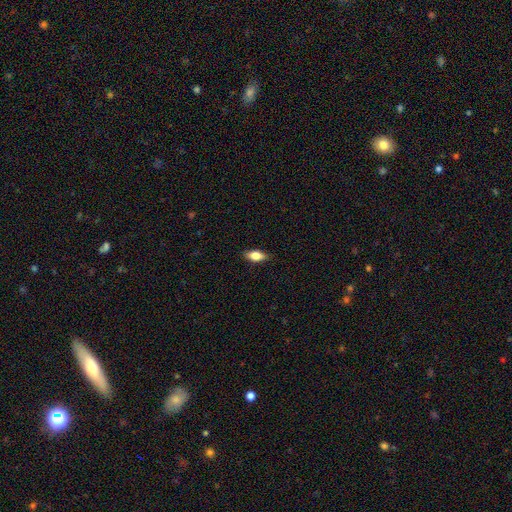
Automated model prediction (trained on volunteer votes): Q: Smooth or featured?
A: smooth (76%); runner-up: featured or disk (17%)
Q: How rounded?
A: in between (84%); runner-up: cigar-shaped (12%)
Q: Merging?
A: none (85%); runner-up: minor disturbance (12%)